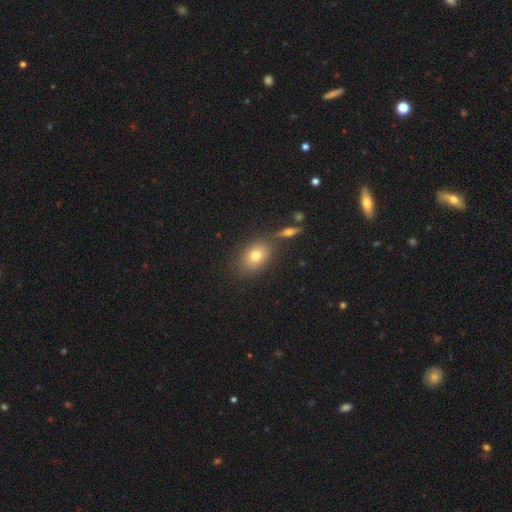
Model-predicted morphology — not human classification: Smooth or featured? Predicted: smooth (p=0.74). How rounded? Predicted: in between (p=0.68). Merging? Predicted: none (p=0.73).